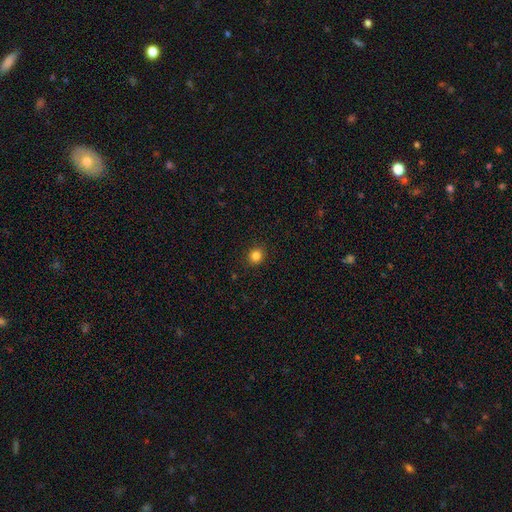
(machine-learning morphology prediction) smooth_or_featured: smooth (p=0.83) [alt: star or artifact p=0.12]
how_rounded: round (p=0.85) [alt: in between p=0.14]
merging: none (p=0.91) [alt: minor disturbance p=0.06]